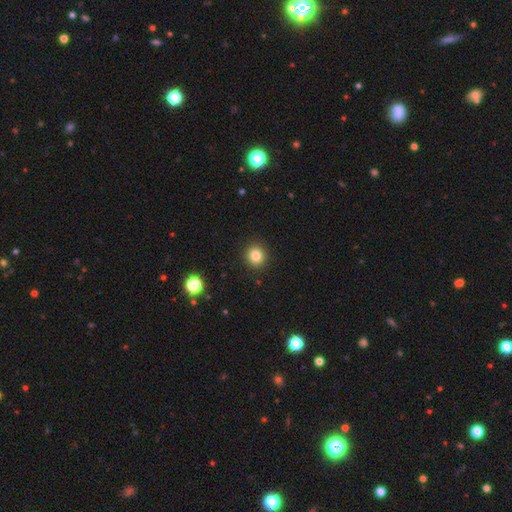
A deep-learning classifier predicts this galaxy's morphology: Overall: smooth (83%). How rounded: round (89%). Merging: none (92%).